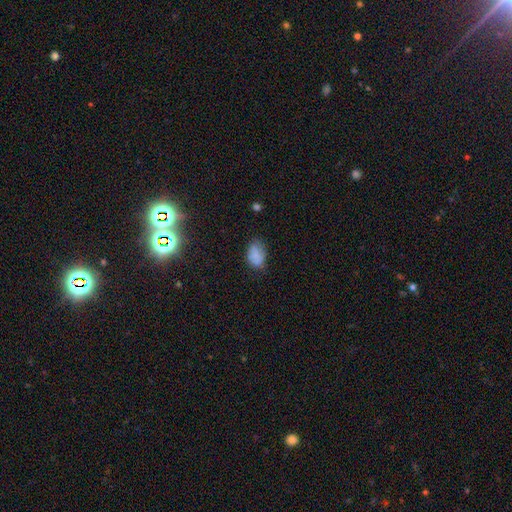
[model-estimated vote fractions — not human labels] Smooth or featured? smooth (79%)
How rounded? in between (85%)
Merging? none (64%)